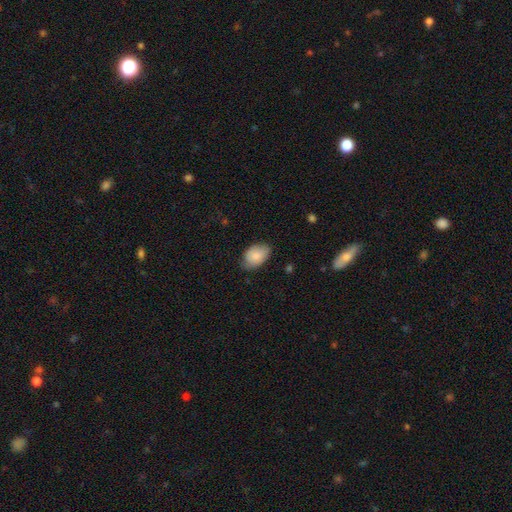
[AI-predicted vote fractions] This is clearly a smooth galaxy (83%). How rounded: clearly in between (86%). Merging: likely none (67%).